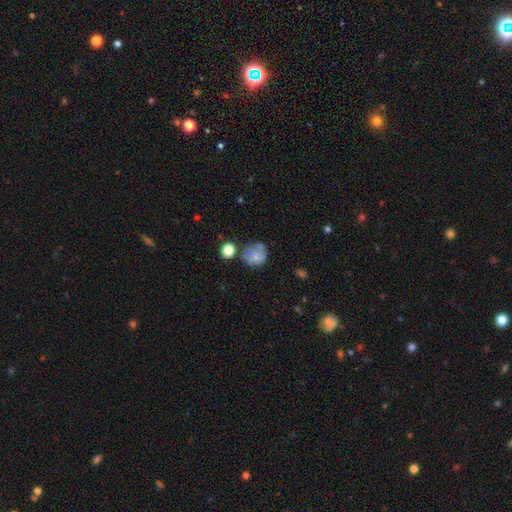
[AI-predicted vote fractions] Smooth or featured?
  - smooth: 61% *
  - featured or disk: 28%
  - star or artifact: 11%
How rounded?
  - round: 76% *
  - in between: 23%
  - cigar-shaped: 1%
Merging?
  - none: 46% *
  - minor disturbance: 24%
  - merger: 16%
  - major disturbance: 14%